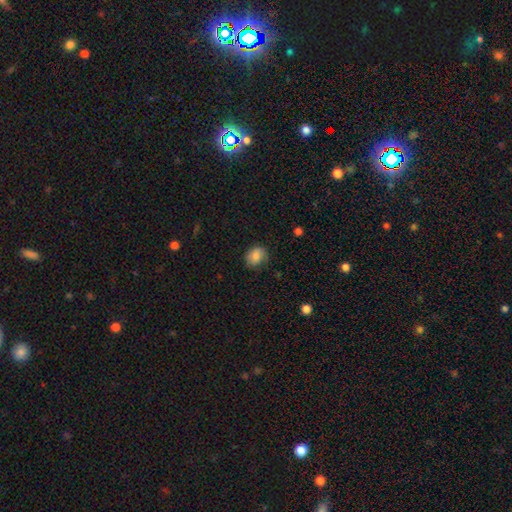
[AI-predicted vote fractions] This is likely a smooth galaxy (78%). How rounded: possibly round (54%). Merging: likely none (72%).